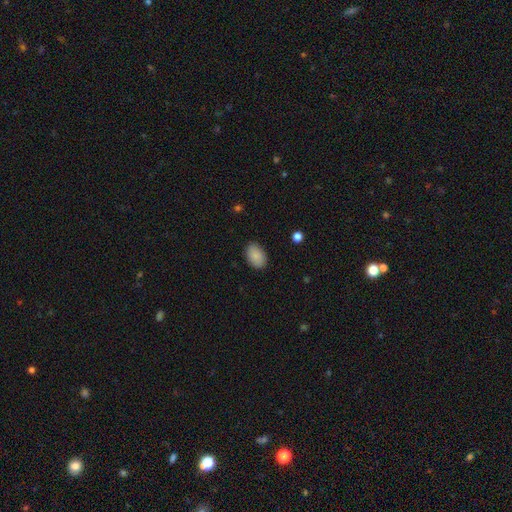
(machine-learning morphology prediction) smooth_or_featured: smooth (p=0.87) [alt: star or artifact p=0.07]
how_rounded: in between (p=0.88) [alt: round p=0.11]
merging: none (p=0.87) [alt: minor disturbance p=0.10]